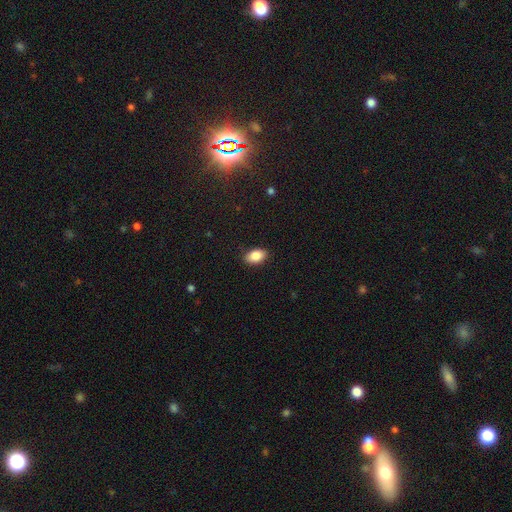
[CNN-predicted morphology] The model was most divided on "merging": none: 87%, minor disturbance: 10%, major disturbance: 2%, merger: 1%. More confident: how rounded — in between (91%); smooth or featured — smooth (87%).